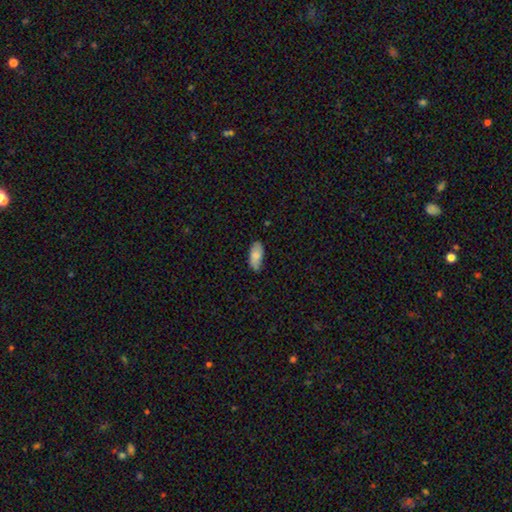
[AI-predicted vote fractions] This appears to be a smooth galaxy with no disk features (81%) that is in between round and cigar-shaped (89%). Merging: none (74%).